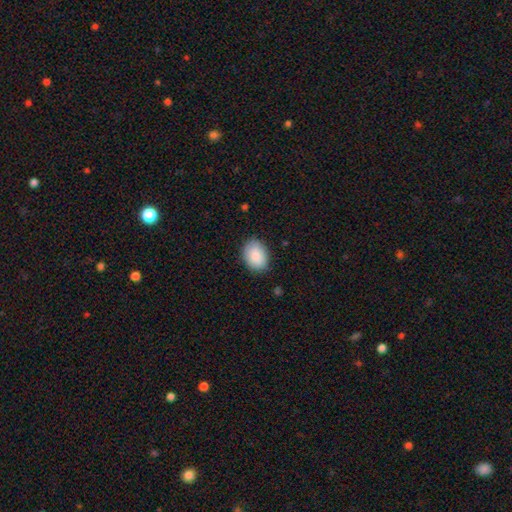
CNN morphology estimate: Smooth or featured: smooth — 88% (star or artifact — 6%)
How rounded: in between — 77% (round — 22%)
Merging: none — 82% (minor disturbance — 14%)